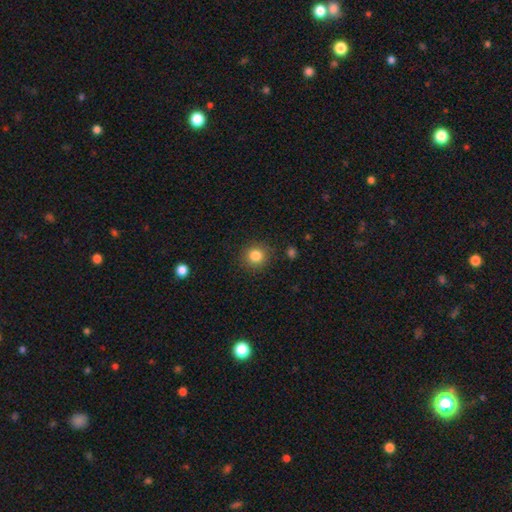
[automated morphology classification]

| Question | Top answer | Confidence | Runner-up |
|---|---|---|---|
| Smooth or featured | smooth | 84% | star or artifact (11%) |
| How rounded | round | 90% | in between (9%) |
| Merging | none | 88% | minor disturbance (8%) |